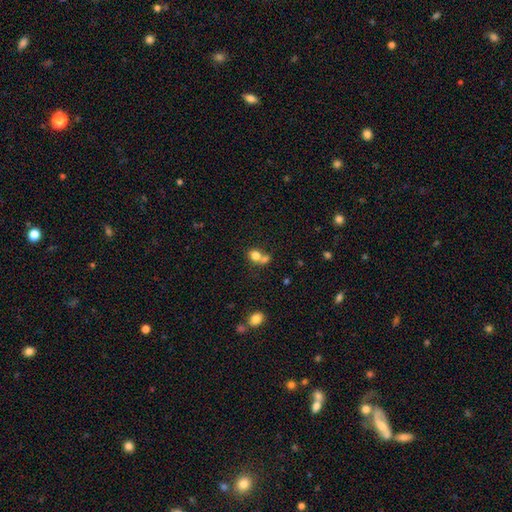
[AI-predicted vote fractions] smooth-or-featured: smooth: 77% | featured or disk: 12% | star or artifact: 12%
  how-rounded: round: 65% | in between: 34% | cigar-shaped: 1%
  merging: merger: 56% | none: 32% | minor disturbance: 8% | major disturbance: 4%